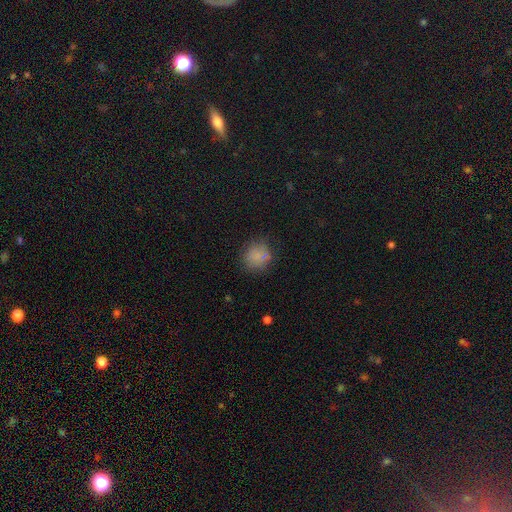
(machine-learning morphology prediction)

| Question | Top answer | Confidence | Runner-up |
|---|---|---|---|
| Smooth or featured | smooth | 77% | star or artifact (13%) |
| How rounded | round | 84% | in between (15%) |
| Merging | none | 73% | minor disturbance (17%) |